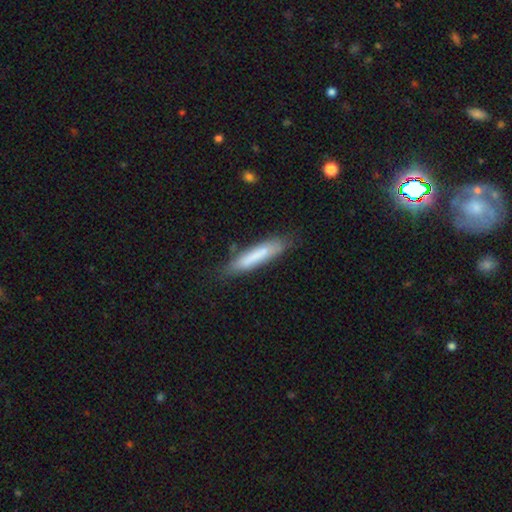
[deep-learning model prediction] smooth_or_featured: smooth (p=0.74) [alt: featured or disk p=0.20]
how_rounded: cigar-shaped (p=0.86) [alt: in between p=0.13]
merging: none (p=0.75) [alt: minor disturbance p=0.18]